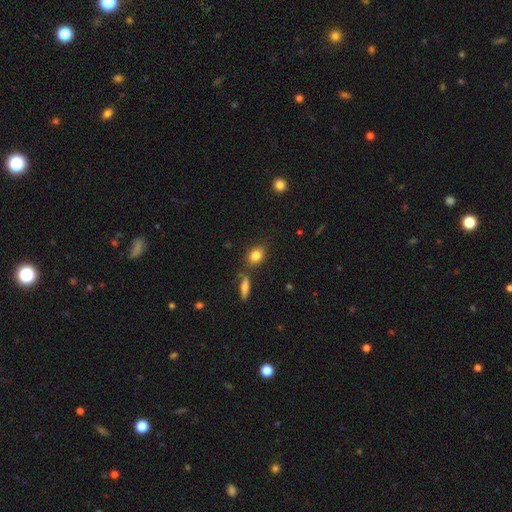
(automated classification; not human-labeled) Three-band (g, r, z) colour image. It shows a smooth galaxy with no disk features (82%) that is in between round and cigar-shaped (63%). Merging: none (75%).